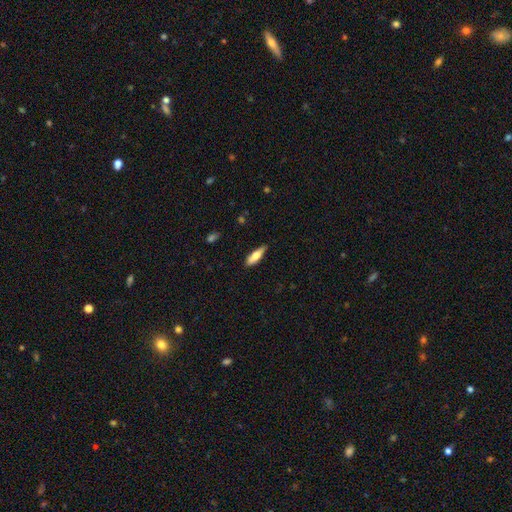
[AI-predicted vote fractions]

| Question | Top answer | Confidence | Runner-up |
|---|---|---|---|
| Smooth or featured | smooth | 64% | featured or disk (30%) |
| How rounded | cigar-shaped | 50% | in between (48%) |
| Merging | none | 78% | minor disturbance (18%) |